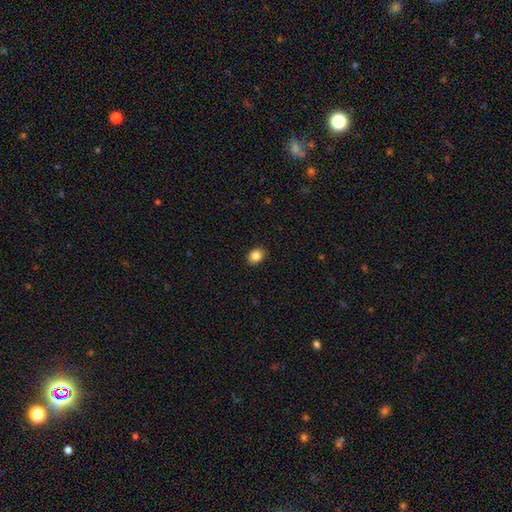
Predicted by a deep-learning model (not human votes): This is clearly a smooth galaxy (86%). How rounded: possibly round (54%). Merging: clearly none (91%).